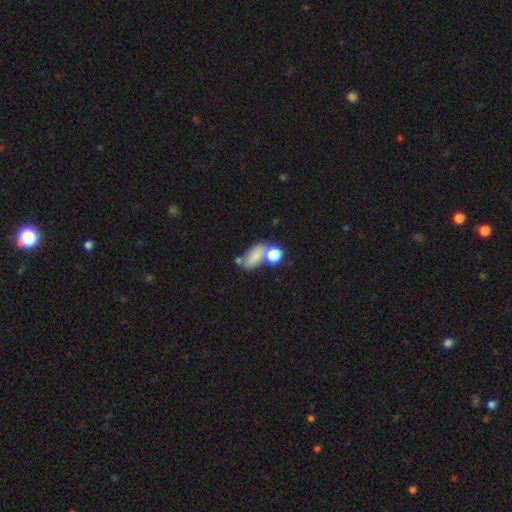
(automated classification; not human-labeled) Smooth or featured? smooth (74%)
How rounded? in between (80%)
Merging? none (44%)